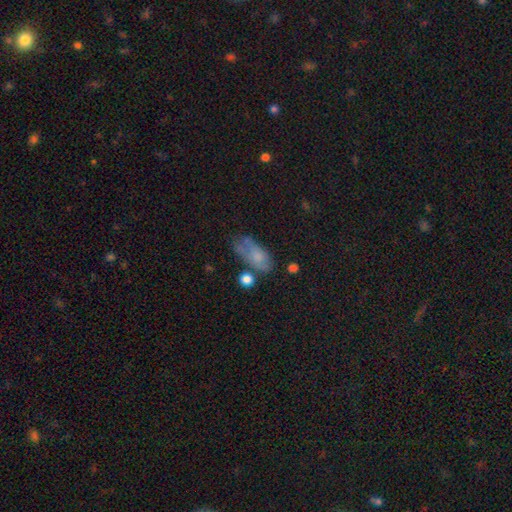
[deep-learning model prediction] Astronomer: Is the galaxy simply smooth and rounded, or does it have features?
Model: smooth — 62%.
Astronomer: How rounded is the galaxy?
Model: in between — 85%.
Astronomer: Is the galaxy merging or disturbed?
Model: none — 39% (runner-up: minor disturbance, 29%).